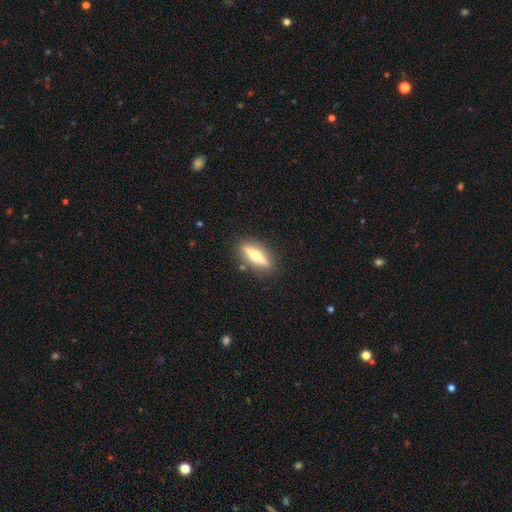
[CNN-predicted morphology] smooth-or-featured: featured or disk: 57% | smooth: 36% | star or artifact: 6%
  disk-edge-on: yes: 90% | no: 10%
    edge-on-bulge: rounded: 89% | none: 6% | boxy: 5%
  merging: none: 87% | minor disturbance: 8% | major disturbance: 3% | merger: 2%